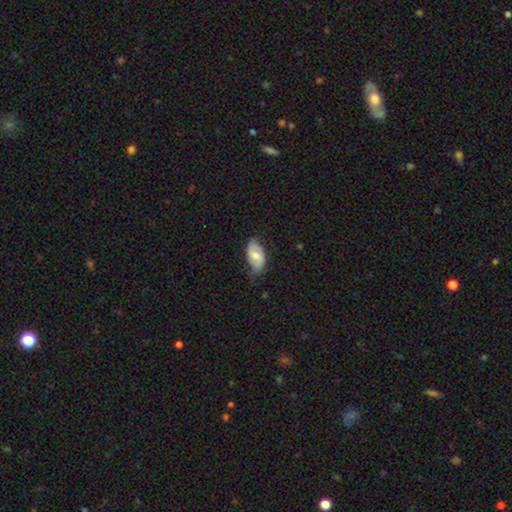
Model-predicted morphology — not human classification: Smooth or featured: smooth — 55% (featured or disk — 39%)
How rounded: in between — 93% (round — 5%)
Merging: none — 61% (minor disturbance — 31%)